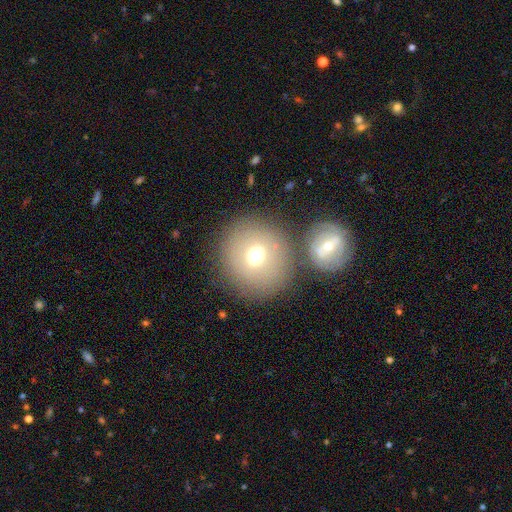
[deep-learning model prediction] Smooth or featured? smooth (66%)
How rounded? round (86%)
Merging? none (67%)